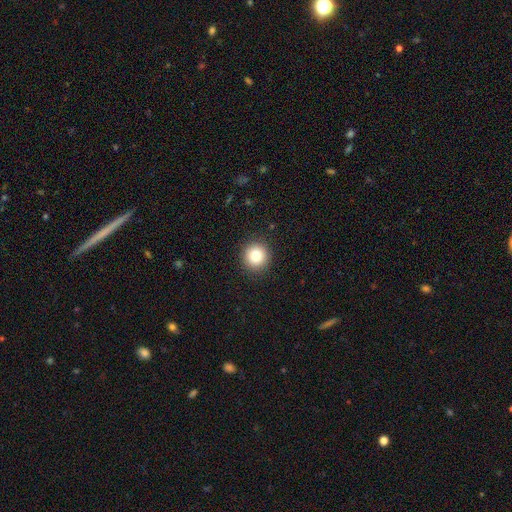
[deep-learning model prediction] The model was most divided on "smooth or featured": smooth: 81%, star or artifact: 11%, featured or disk: 9%. More confident: how rounded — round (95%); merging — none (92%).